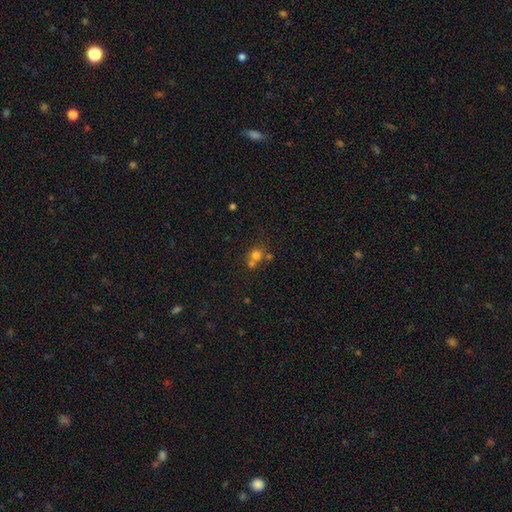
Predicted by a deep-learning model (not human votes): Morphology: type=smooth (70%); roundness=round (82%); merging=none (44%, tied with merger).